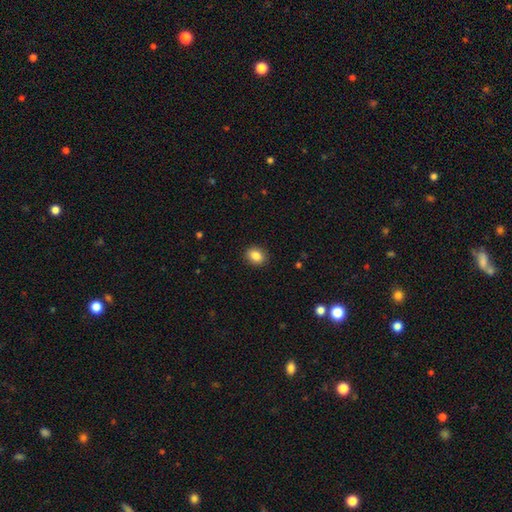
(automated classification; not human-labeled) Q: Smooth or featured?
A: smooth (86%); runner-up: star or artifact (9%)
Q: How rounded?
A: in between (59%); runner-up: round (40%)
Q: Merging?
A: none (89%); runner-up: minor disturbance (8%)